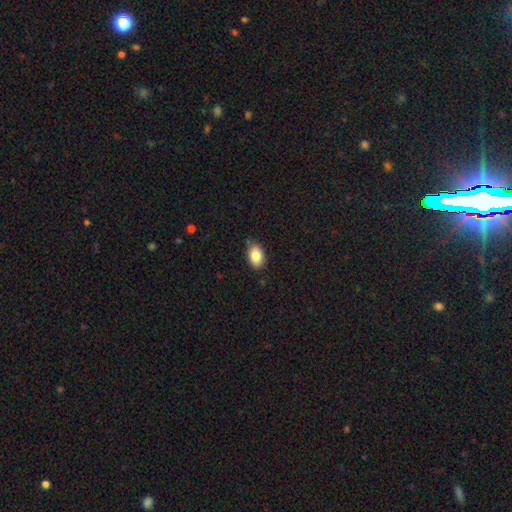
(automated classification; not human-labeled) Smooth or featured? smooth (83%)
How rounded? in between (86%)
Merging? none (82%)